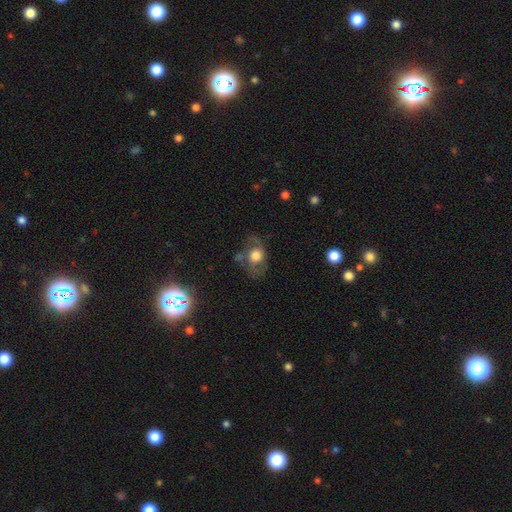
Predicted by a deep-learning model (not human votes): smooth-or-featured: featured or disk: 46% | smooth: 44% | star or artifact: 10%
  merging: none: 55% | minor disturbance: 22% | major disturbance: 19% | merger: 4%